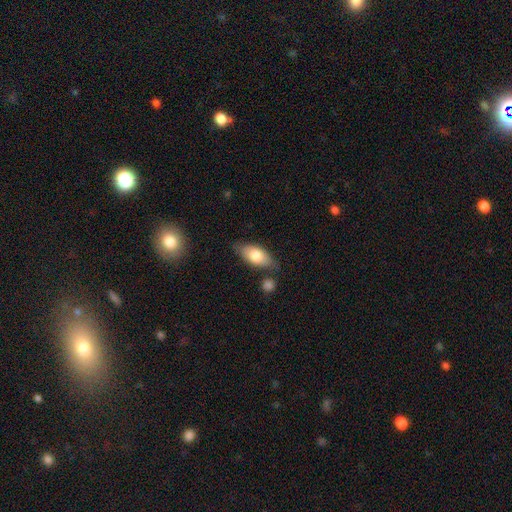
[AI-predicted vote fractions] The model was most divided on "smooth or featured": smooth: 73%, featured or disk: 21%, star or artifact: 6%. More confident: how rounded — in between (87%); merging — none (71%).